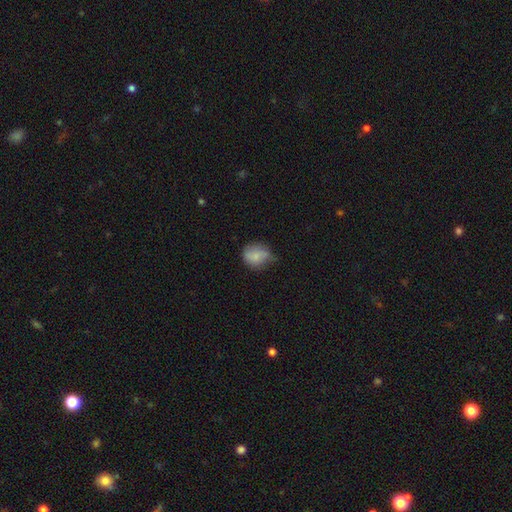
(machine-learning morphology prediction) Overall: smooth (78%). How rounded: round (63%; in between 36%). Merging: none (45%; minor disturbance 42%).